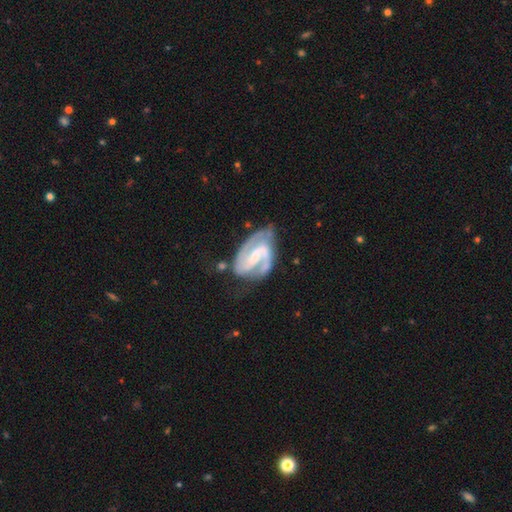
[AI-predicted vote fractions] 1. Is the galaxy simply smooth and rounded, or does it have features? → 90% featured or disk, 6% smooth, 4% star or artifact.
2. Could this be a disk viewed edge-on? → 98% no, 2% yes.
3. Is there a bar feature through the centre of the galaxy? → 45% weak, 35% strong, 20% no.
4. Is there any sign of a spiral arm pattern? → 97% yes, 3% no.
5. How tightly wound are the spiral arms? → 53% medium, 34% tight, 13% loose.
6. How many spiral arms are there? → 87% 2, 4% can't tell, 4% 3, 3% 1, 1% 4, 1% more than 4.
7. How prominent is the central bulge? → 41% small, 30% moderate, 23% none, 5% large, 1% dominant.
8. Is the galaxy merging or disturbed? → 60% none, 23% minor disturbance, 12% major disturbance, 5% merger.